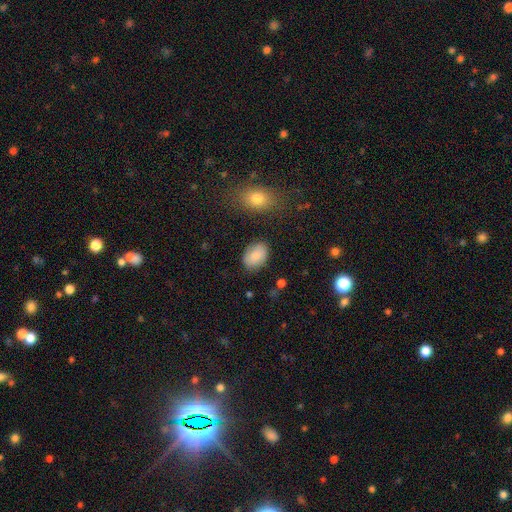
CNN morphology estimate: Q: Smooth or featured?
A: smooth (85%); runner-up: featured or disk (8%)
Q: How rounded?
A: in between (86%); runner-up: round (13%)
Q: Merging?
A: none (82%); runner-up: minor disturbance (13%)